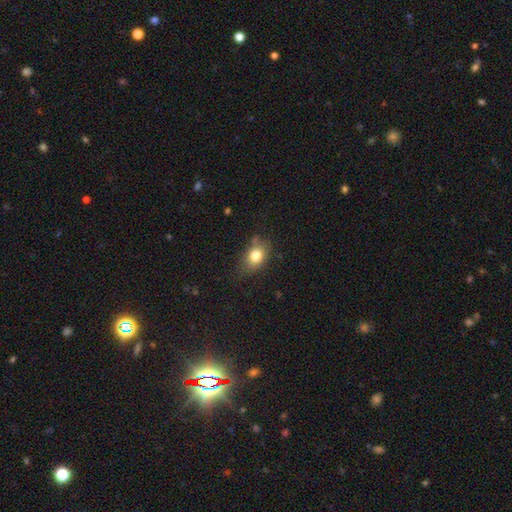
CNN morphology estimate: smooth-or-featured: smooth: 79% | featured or disk: 11% | star or artifact: 10%
  how-rounded: in between: 72% | round: 26% | cigar-shaped: 2%
  merging: none: 67% | minor disturbance: 23% | major disturbance: 7% | merger: 3%